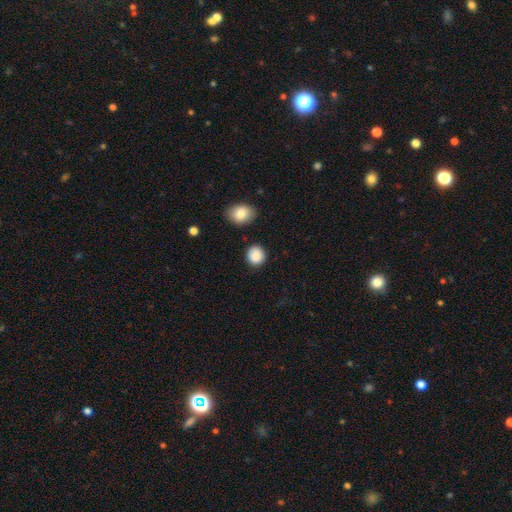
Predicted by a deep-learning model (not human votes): Smooth or featured?
  - smooth: 88% *
  - star or artifact: 8%
  - featured or disk: 4%
How rounded?
  - round: 86% *
  - in between: 13%
  - cigar-shaped: 1%
Merging?
  - none: 87% *
  - minor disturbance: 8%
  - merger: 3%
  - major disturbance: 2%